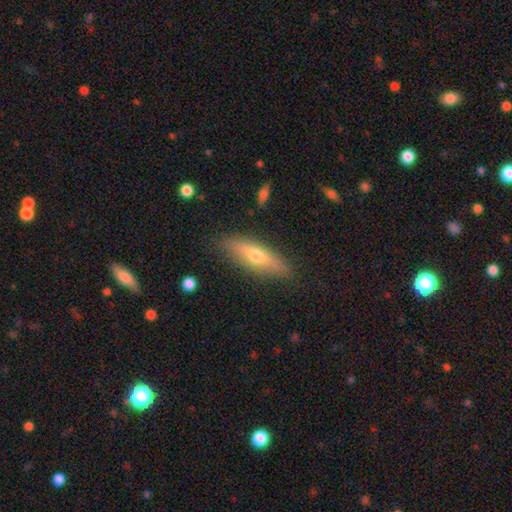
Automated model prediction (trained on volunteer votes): The model was most divided on "smooth or featured": smooth: 57%, featured or disk: 37%, star or artifact: 6%. More confident: merging — none (83%); how rounded — cigar-shaped (60%).